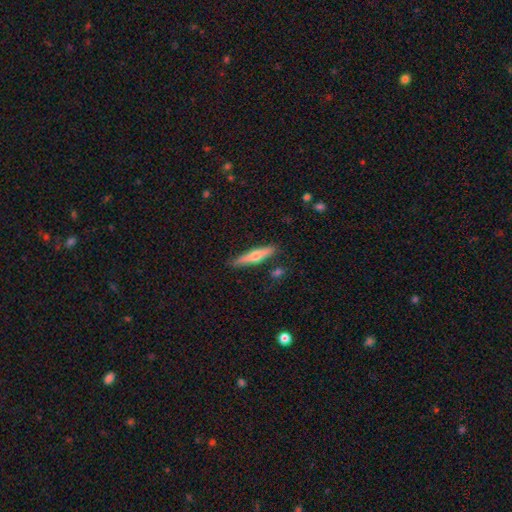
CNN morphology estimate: Smooth or featured? Predicted: featured or disk (p=0.51). Edge-on disk? Predicted: yes (p=0.95). Merging? Predicted: none (p=0.86).